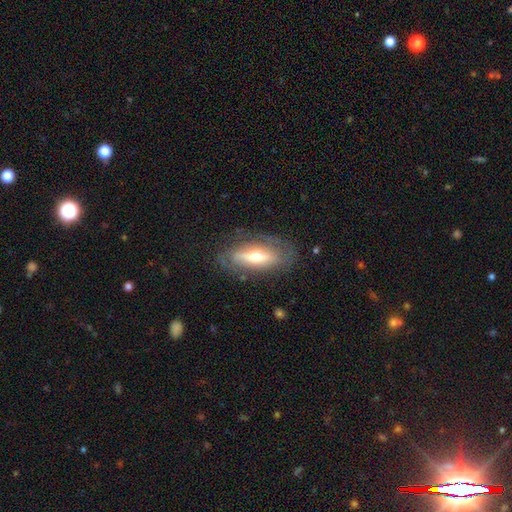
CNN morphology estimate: This is possibly a featured or disk galaxy (53%). It is likely not viewed edge-on (69%). Merging: likely none (73%).